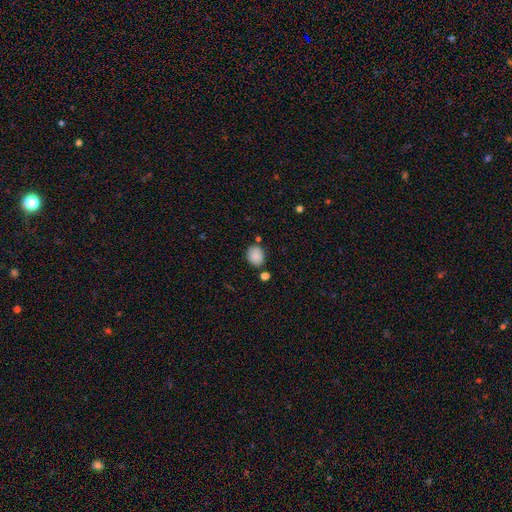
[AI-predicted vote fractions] Morphology: type=smooth (87%); roundness=round (61%); merging=none (74%).